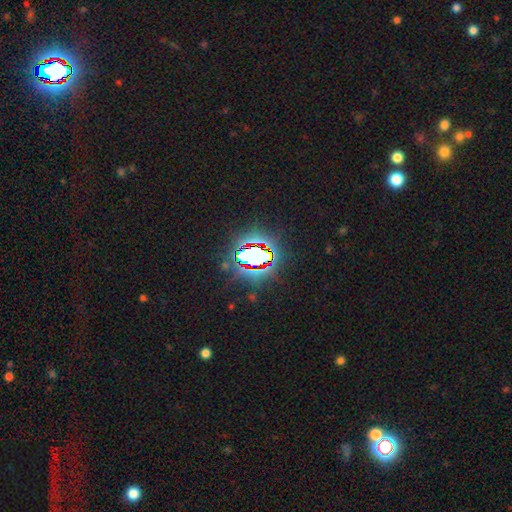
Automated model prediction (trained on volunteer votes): Smooth or featured: star or artifact — 72% (smooth — 18%)